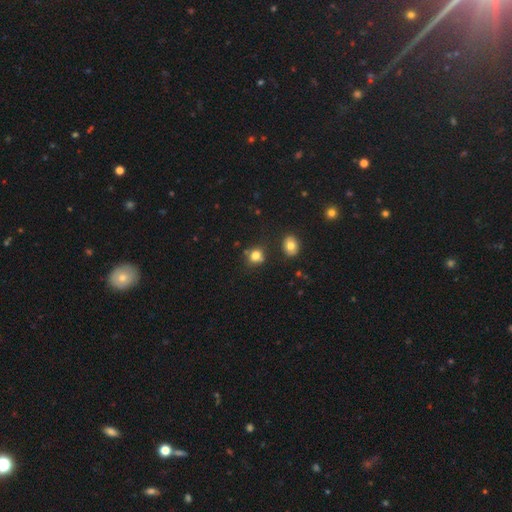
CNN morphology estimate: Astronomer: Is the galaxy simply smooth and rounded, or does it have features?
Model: smooth — 79%.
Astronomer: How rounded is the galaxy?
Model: round — 72%.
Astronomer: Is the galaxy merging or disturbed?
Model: none — 71%.